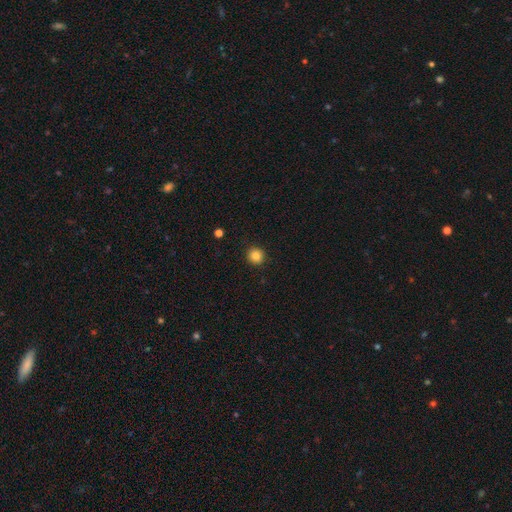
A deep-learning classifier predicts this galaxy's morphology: Overall: smooth (84%). How rounded: round (93%). Merging: none (92%).